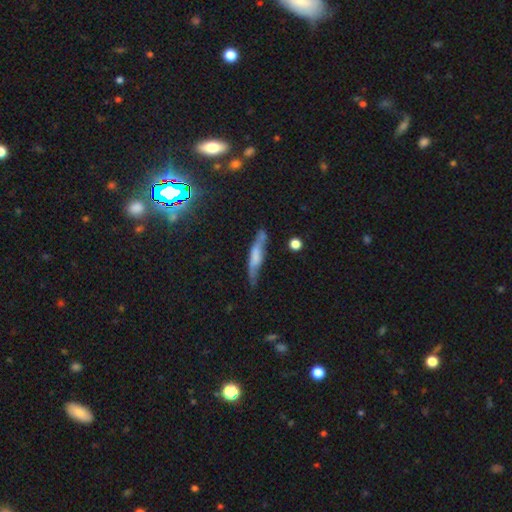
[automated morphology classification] A featured or disk galaxy (46%).

Vote fractions:
- Smooth or featured? featured or disk: 46% / smooth: 43% / star or artifact: 10%
- Merging? none: 65% / minor disturbance: 23% / major disturbance: 7% / merger: 5%